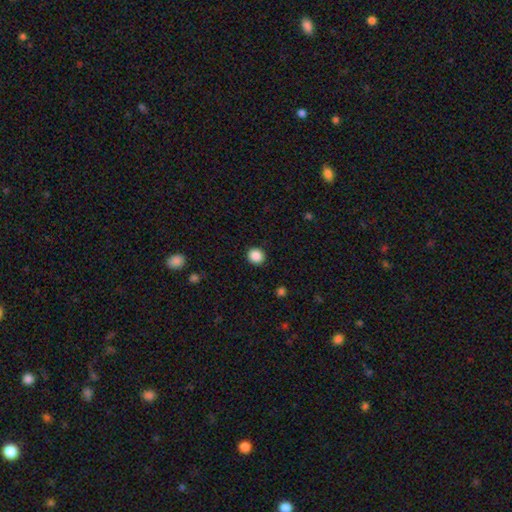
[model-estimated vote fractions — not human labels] The model was most divided on "how rounded": round: 87%, in between: 12%, cigar-shaped: 1%. More confident: merging — none (91%); smooth or featured — smooth (88%).